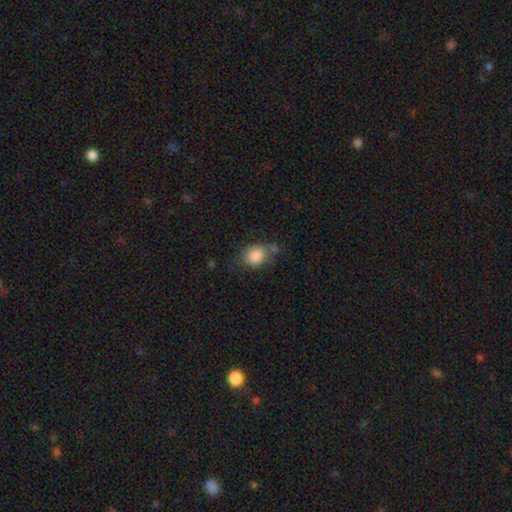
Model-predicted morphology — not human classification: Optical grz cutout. It shows a smooth galaxy with no disk features (85%) that is in between round and cigar-shaped (54%). Merging: none (59%).